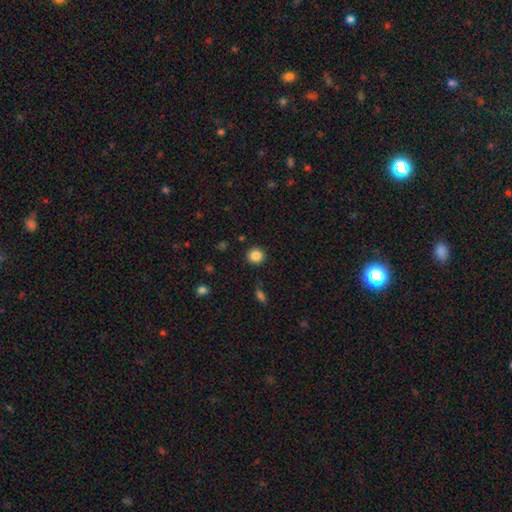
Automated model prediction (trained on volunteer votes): A smooth galaxy with no disk features (85%) that is round (93%). Merging: none (91%).